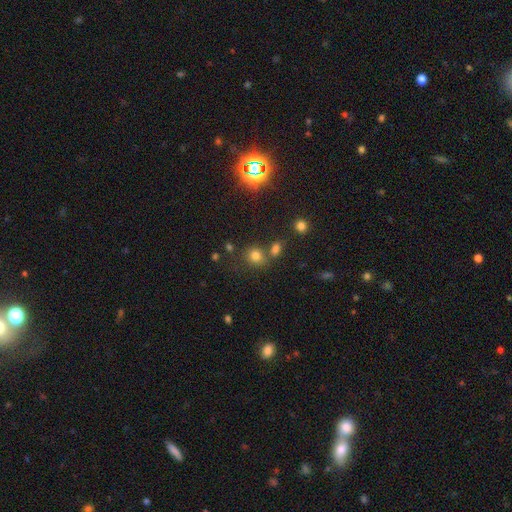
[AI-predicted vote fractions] Morphology: type=smooth (74%); roundness=round (72%); merging=none (64%).